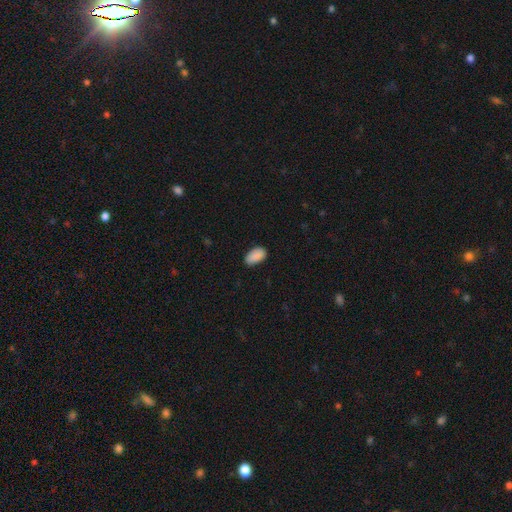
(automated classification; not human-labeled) Overall: smooth (90%). How rounded: in between (95%). Merging: none (83%).